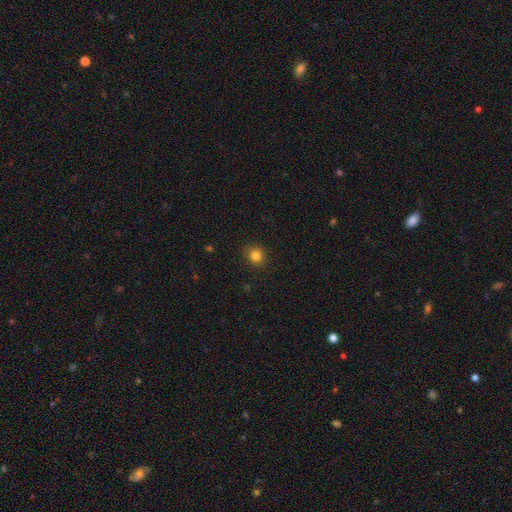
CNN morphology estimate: Overall: smooth (82%). How rounded: round (85%). Merging: none (90%).